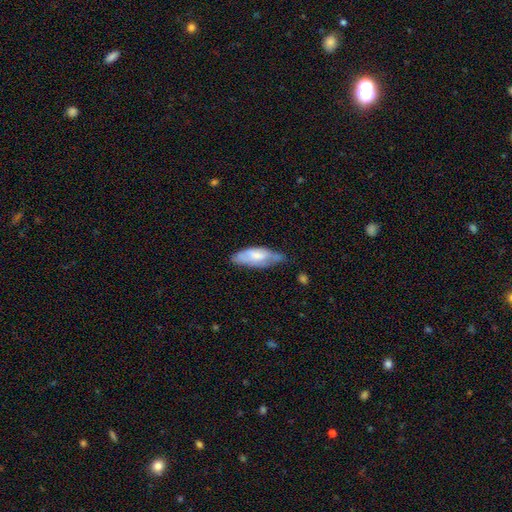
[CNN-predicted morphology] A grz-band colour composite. It shows a smooth galaxy with no disk features (60%) that is in between round and cigar-shaped (73%). Merging: minor disturbance (42%).